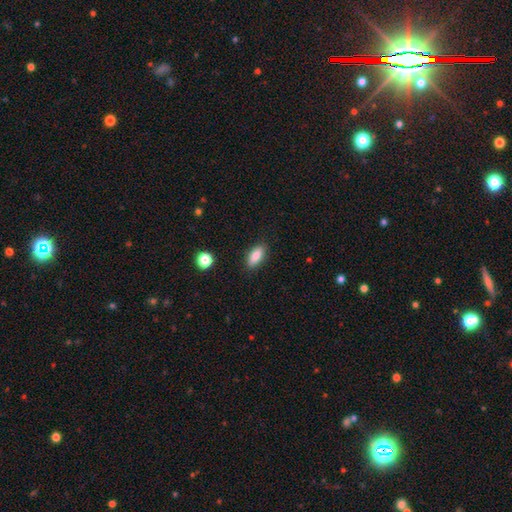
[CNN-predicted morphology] type=smooth (85%); roundness=in between (82%); merging=none (87%).